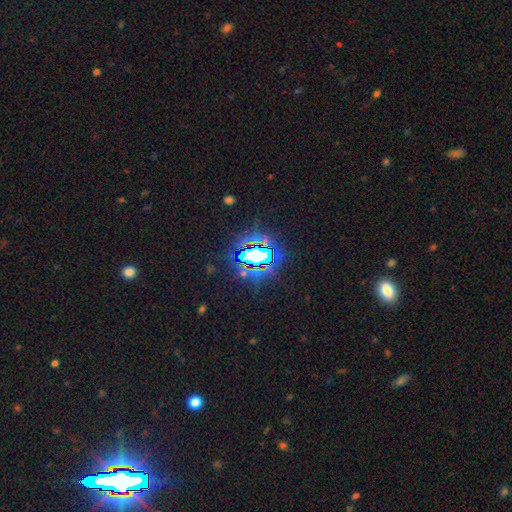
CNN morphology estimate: smooth-or-featured: star or artifact: 72% | smooth: 15% | featured or disk: 13%